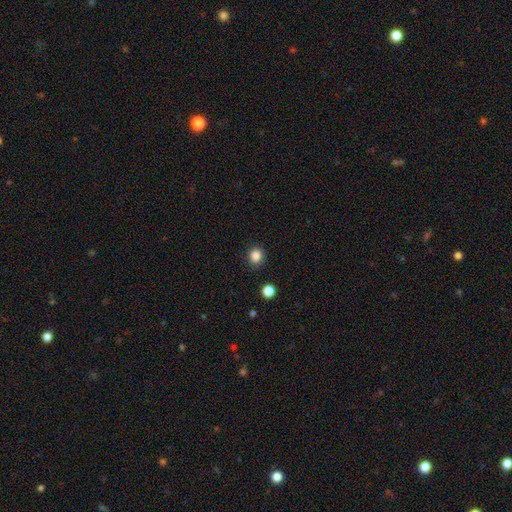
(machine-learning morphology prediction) Smooth or featured? smooth (85%)
How rounded? round (87%)
Merging? none (88%)